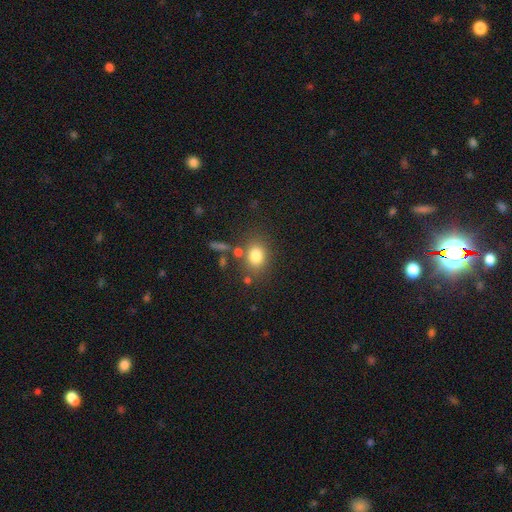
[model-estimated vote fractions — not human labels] A smooth galaxy with no disk features (80%) that is round (53%).

Vote fractions:
- Smooth or featured? smooth: 80% / star or artifact: 12% / featured or disk: 8%
- How rounded? round: 53% / in between: 46% / cigar-shaped: 1%
- Merging? none: 73% / minor disturbance: 12% / merger: 10% / major disturbance: 5%